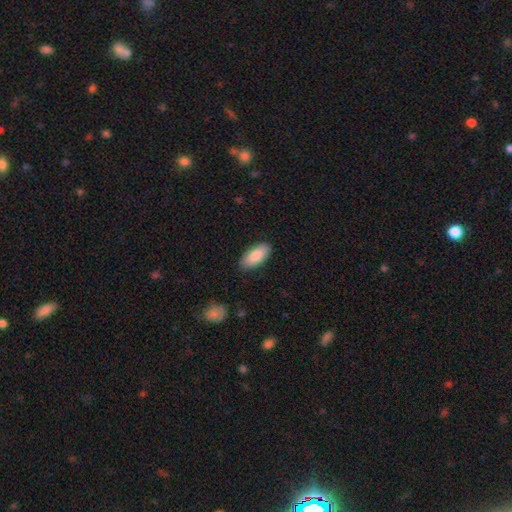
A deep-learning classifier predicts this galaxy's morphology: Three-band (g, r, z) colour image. It shows a smooth galaxy with no disk features (87%) that is in between round and cigar-shaped (90%). Merging: none (87%).